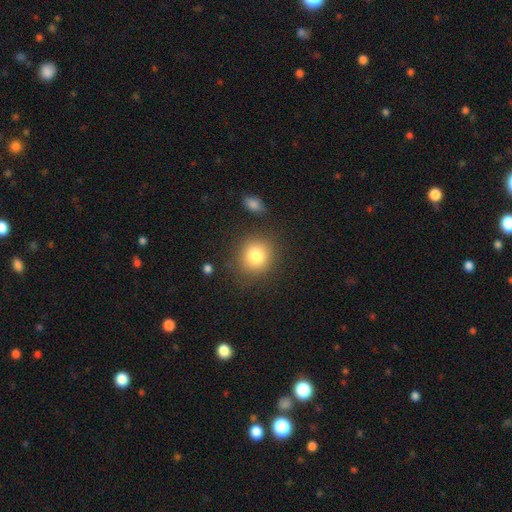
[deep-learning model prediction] A smooth galaxy with no disk features (81%) that is round (85%). Merging: none (83%).